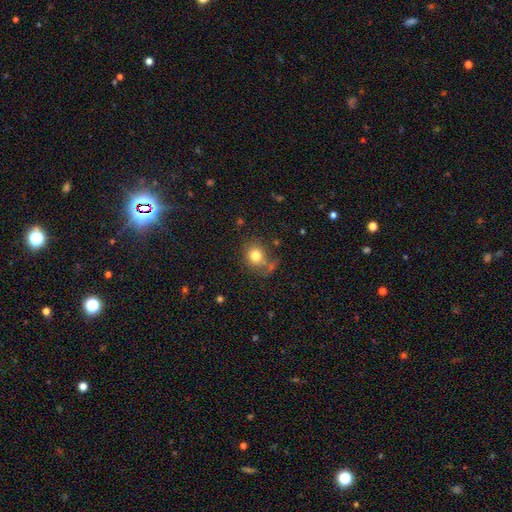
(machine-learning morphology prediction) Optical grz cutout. It shows a smooth galaxy with no disk features (79%) that is round (76%). Merging: none (65%).